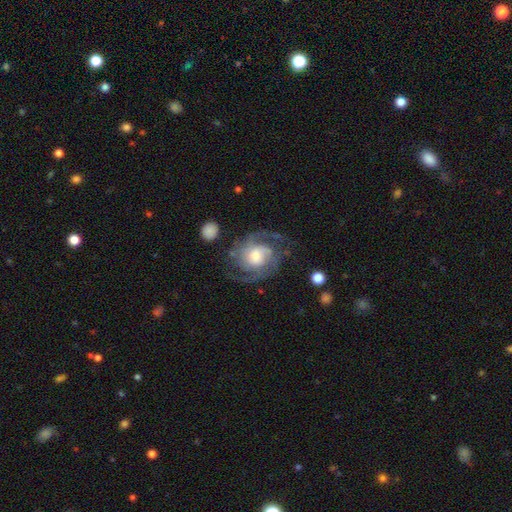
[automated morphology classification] Smooth or featured?
  - featured or disk: 87% *
  - smooth: 8%
  - star or artifact: 5%
Edge-on disk?
  - no: 98% *
  - yes: 2%
Bar?
  - no: 62% *
  - weak: 31%
  - strong: 7%
Spiral arms?
  - yes: 97% *
  - no: 3%
Spiral winding?
  - medium: 47% *
  - tight: 41%
  - loose: 13%
Spiral arm count?
  - 2: 52% *
  - 3: 21%
  - can't tell: 12%
  - 4: 5%
  - 1: 5%
  - more than 4: 4%
Bulge size?
  - moderate: 51% *
  - small: 24%
  - large: 20%
  - none: 3%
  - dominant: 2%
Merging?
  - none: 69% *
  - minor disturbance: 16%
  - major disturbance: 13%
  - merger: 2%